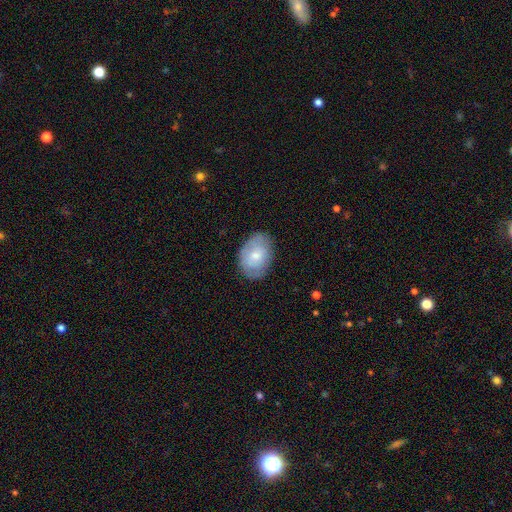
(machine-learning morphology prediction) A smooth galaxy with no disk features (64%) that is in between round and cigar-shaped (81%). Merging: none (76%).